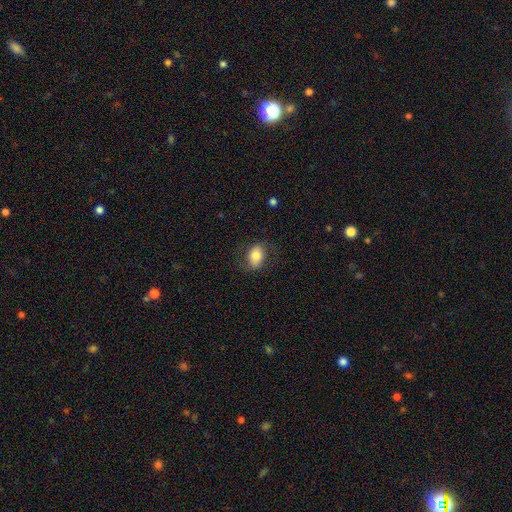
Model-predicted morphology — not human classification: Overall: smooth (78%). How rounded: in between (77%). Merging: none (77%).